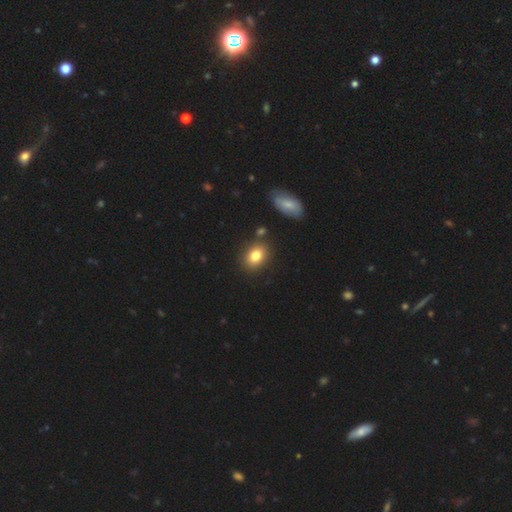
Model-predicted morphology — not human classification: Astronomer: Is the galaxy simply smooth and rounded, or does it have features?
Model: smooth — 82%.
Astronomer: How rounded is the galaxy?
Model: in between — 70%.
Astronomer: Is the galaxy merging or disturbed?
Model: none — 81%.